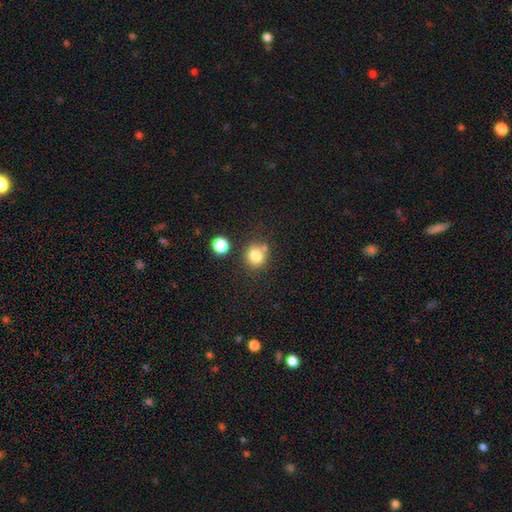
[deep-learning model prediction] Smooth or featured? Predicted: smooth (p=0.80). How rounded? Predicted: round (p=0.88). Merging? Predicted: none (p=0.73).